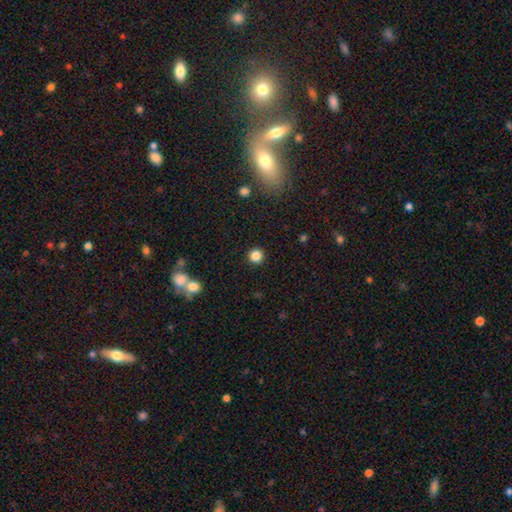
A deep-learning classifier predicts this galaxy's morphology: Smooth or featured? Predicted: smooth (p=0.85). How rounded? Predicted: round (p=0.95). Merging? Predicted: none (p=0.92).